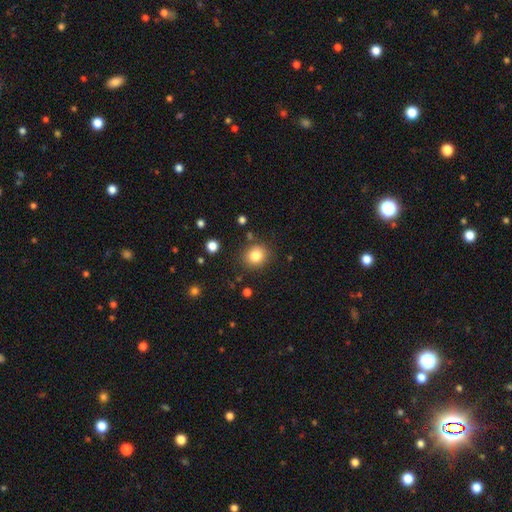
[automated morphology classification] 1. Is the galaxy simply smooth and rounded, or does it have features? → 82% smooth, 11% star or artifact, 7% featured or disk.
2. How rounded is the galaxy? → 82% round, 17% in between, 1% cigar-shaped.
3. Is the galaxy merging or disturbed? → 85% none, 9% minor disturbance, 3% merger, 3% major disturbance.